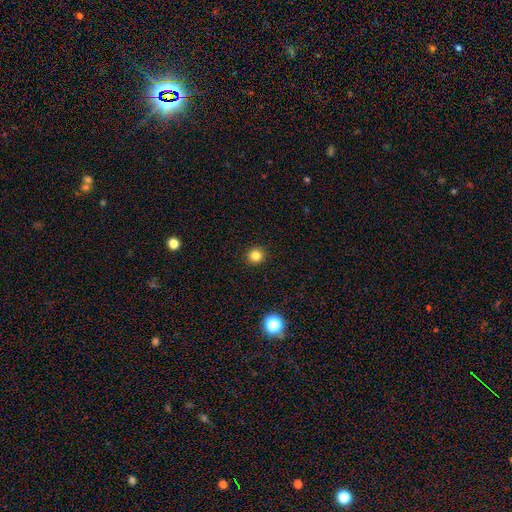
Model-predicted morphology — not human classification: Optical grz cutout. It shows a smooth galaxy with no disk features (82%) that is round (91%). Merging: none (92%).